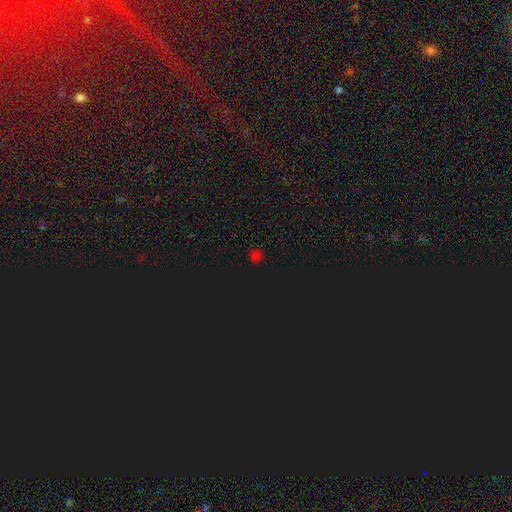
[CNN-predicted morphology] This is possibly a smooth galaxy (49%). Merging: clearly none (87%).